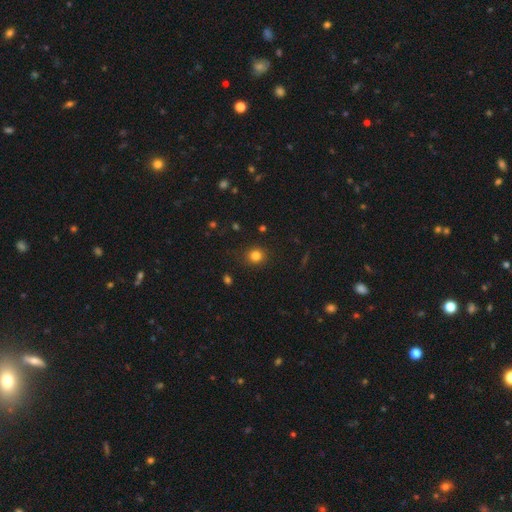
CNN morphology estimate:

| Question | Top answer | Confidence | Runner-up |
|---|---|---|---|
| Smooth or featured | smooth | 82% | star or artifact (13%) |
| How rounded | round | 87% | in between (12%) |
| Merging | none | 88% | minor disturbance (8%) |